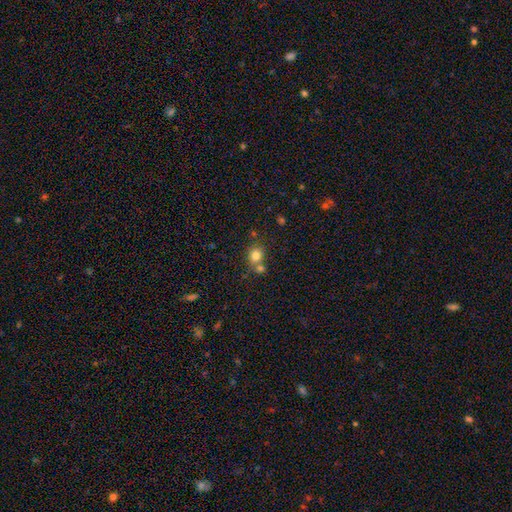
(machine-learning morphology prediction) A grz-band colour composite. It shows a smooth galaxy with no disk features (80%) that is round (76%). Merging: none (54%).